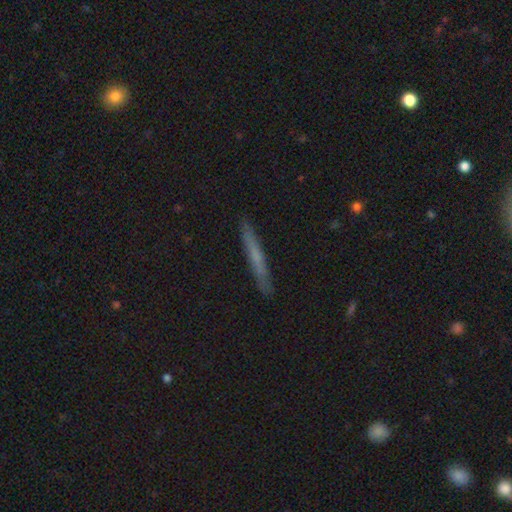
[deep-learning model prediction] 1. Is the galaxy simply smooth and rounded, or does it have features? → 49% smooth, 42% featured or disk, 9% star or artifact.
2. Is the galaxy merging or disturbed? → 90% none, 8% minor disturbance, 1% major disturbance, 1% merger.